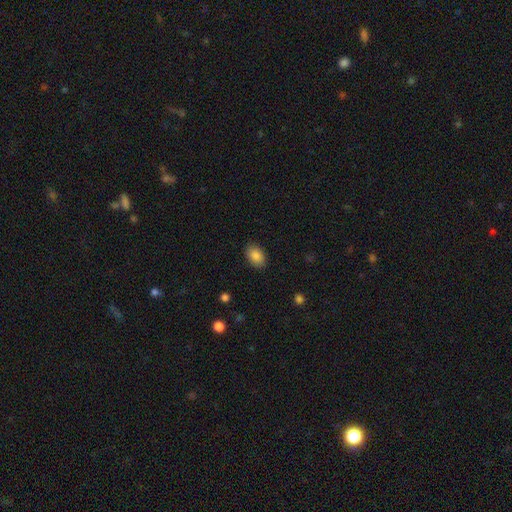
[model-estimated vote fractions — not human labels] A smooth galaxy with no disk features (86%) that is in between round and cigar-shaped (85%).

Vote fractions:
- Smooth or featured? smooth: 86% / star or artifact: 8% / featured or disk: 6%
- How rounded? in between: 85% / round: 14% / cigar-shaped: 1%
- Merging? none: 87% / minor disturbance: 9% / major disturbance: 2% / merger: 1%